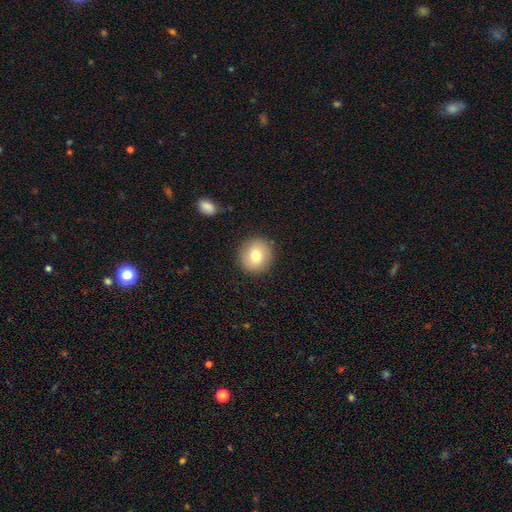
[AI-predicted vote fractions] smooth_or_featured: smooth (p=0.78) [alt: featured or disk p=0.13]
how_rounded: round (p=0.89) [alt: in between p=0.10]
merging: none (p=0.89) [alt: minor disturbance p=0.07]